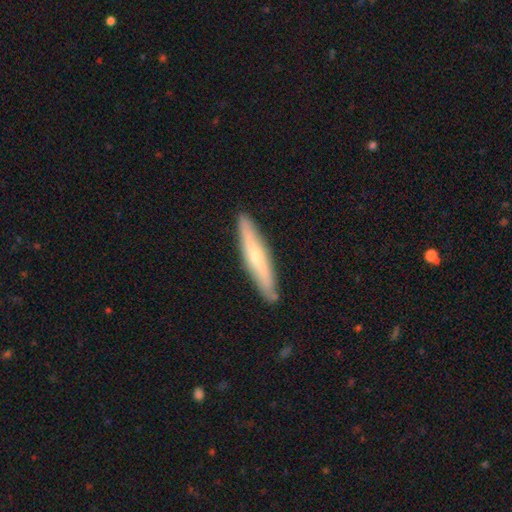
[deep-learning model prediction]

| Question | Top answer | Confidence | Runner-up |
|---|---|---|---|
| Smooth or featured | featured or disk | 48% | smooth (46%) |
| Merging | none | 87% | minor disturbance (10%) |